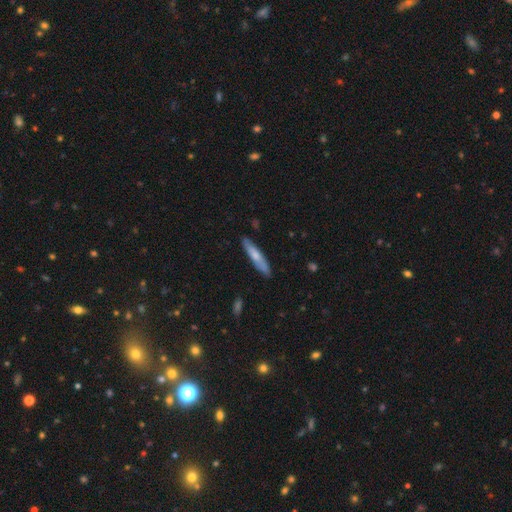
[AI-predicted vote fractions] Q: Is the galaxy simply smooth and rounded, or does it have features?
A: smooth — 60%.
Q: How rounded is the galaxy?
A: cigar-shaped — 87%.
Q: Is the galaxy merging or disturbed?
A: none — 85%.